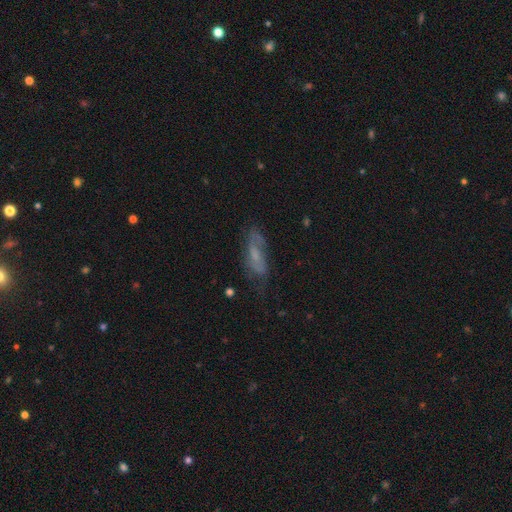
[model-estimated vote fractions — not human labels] A featured or disk galaxy (49%).

Vote fractions:
- Smooth or featured? featured or disk: 49% / smooth: 40% / star or artifact: 11%
- Merging? none: 55% / minor disturbance: 26% / major disturbance: 16% / merger: 3%